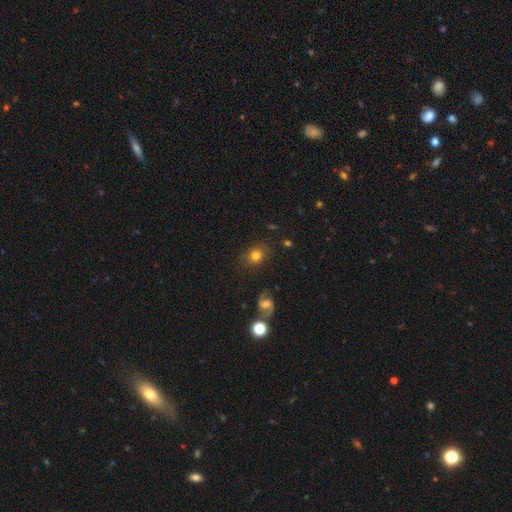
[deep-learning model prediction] Smooth or featured? Predicted: smooth (p=0.72). How rounded? Predicted: round (p=0.66). Merging? Predicted: none (p=0.81).